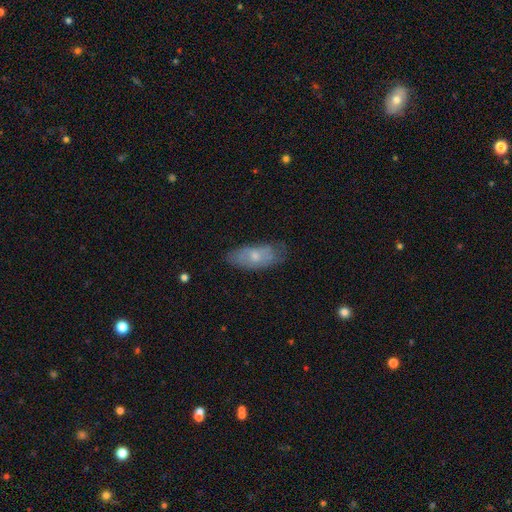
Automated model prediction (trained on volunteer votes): A smooth galaxy with no disk features (56%) that is in between round and cigar-shaped (83%). Merging: none (68%).